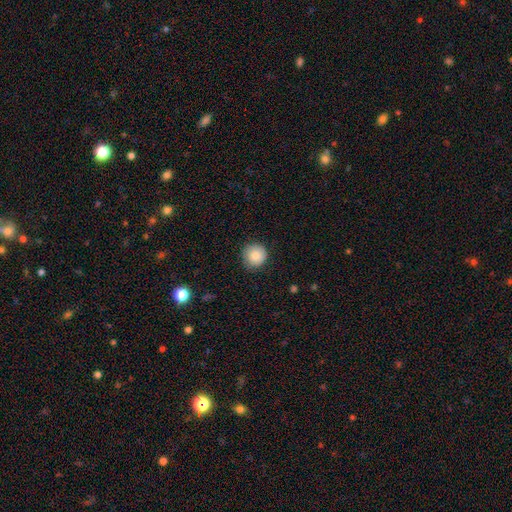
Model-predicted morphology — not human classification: Smooth or featured: smooth — 83% (star or artifact — 8%)
How rounded: round — 94% (in between — 5%)
Merging: none — 85% (minor disturbance — 12%)